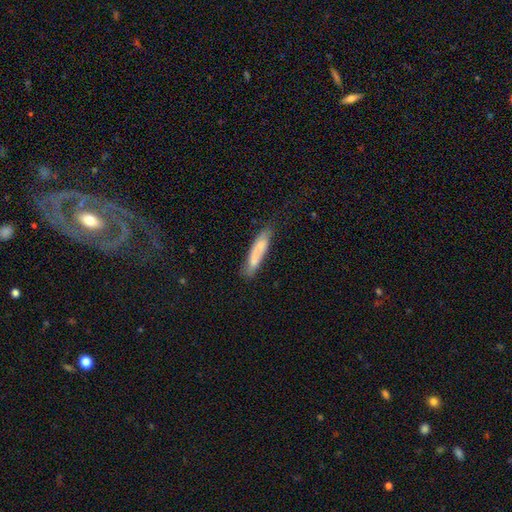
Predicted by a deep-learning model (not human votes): Smooth or featured?
  - smooth: 72% *
  - featured or disk: 21%
  - star or artifact: 7%
How rounded?
  - cigar-shaped: 79% *
  - in between: 19%
  - round: 2%
Merging?
  - none: 64% *
  - minor disturbance: 24%
  - major disturbance: 6%
  - merger: 6%